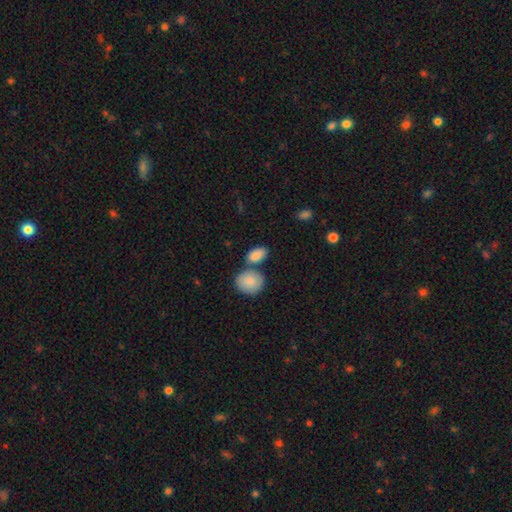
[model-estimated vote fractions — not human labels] smooth 87%, star or artifact 7%, featured or disk 6%. Down the decision tree: how rounded — in between (87%); merging — none (58%).